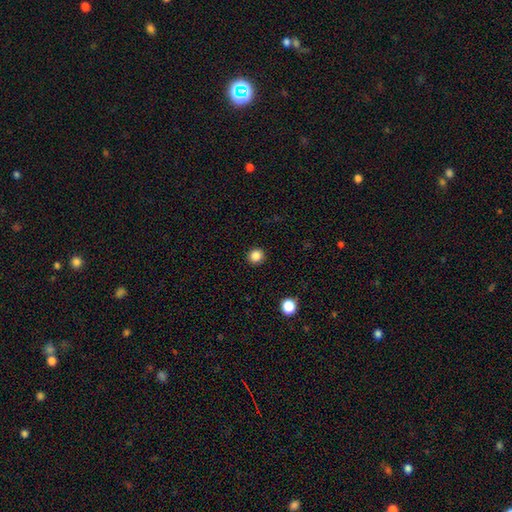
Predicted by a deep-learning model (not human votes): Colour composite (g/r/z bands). It shows a smooth galaxy with no disk features (85%) that is round (90%). Merging: none (93%).